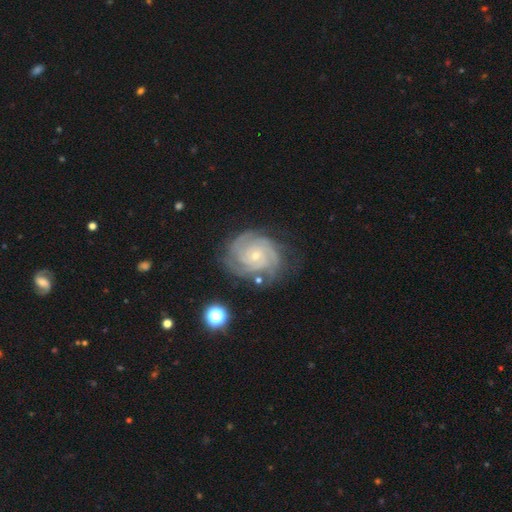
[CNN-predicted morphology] type=featured or disk (89%); edge-on=no (98%); bar=no (74%); spiral arms=yes (98%); winding=tight (76%); arm count=3 (33%); bulge=small (75%); merging=none (73%).